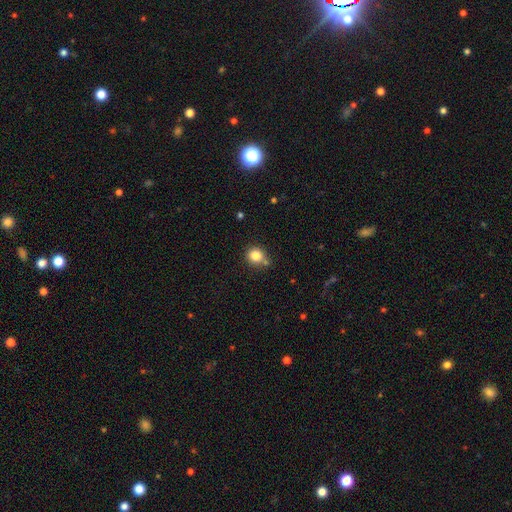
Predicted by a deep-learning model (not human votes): Smooth or featured? smooth (83%)
How rounded? round (76%)
Merging? none (65%)